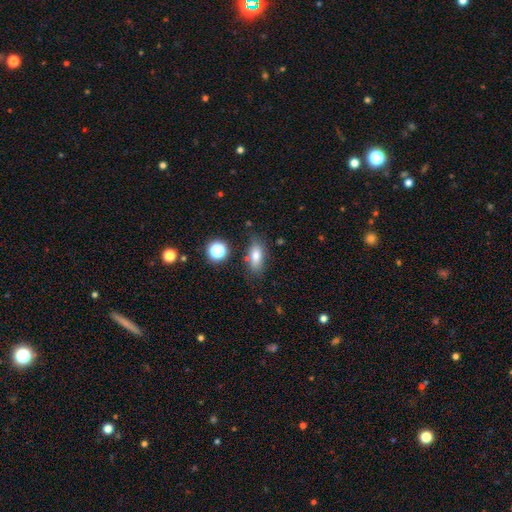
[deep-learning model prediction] Morphology: type=smooth (77%); roundness=in between (78%); merging=none (77%).